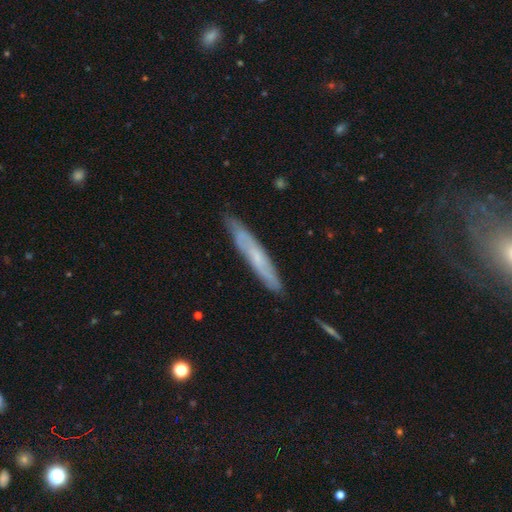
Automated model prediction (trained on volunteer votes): Smooth or featured? featured or disk (48%)
Merging? none (83%)